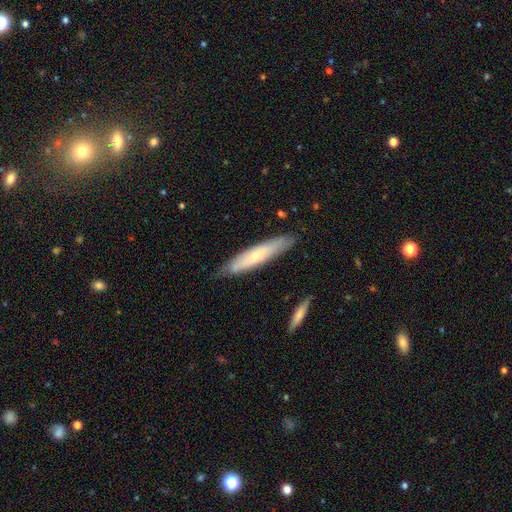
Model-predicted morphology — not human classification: type=smooth (56%); roundness=cigar-shaped (85%); merging=none (80%).